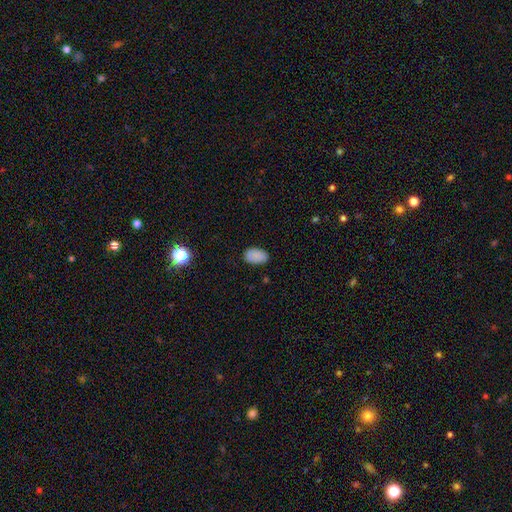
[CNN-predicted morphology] smooth-or-featured: smooth: 87% | star or artifact: 9% | featured or disk: 4%
  how-rounded: in between: 92% | round: 7% | cigar-shaped: 1%
  merging: none: 84% | minor disturbance: 12% | major disturbance: 3% | merger: 1%